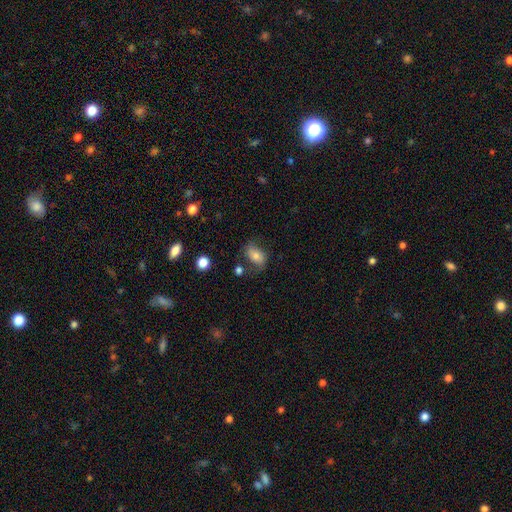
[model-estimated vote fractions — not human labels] Q: Smooth or featured?
A: smooth (68%); runner-up: featured or disk (22%)
Q: How rounded?
A: in between (83%); runner-up: round (15%)
Q: Merging?
A: none (62%); runner-up: minor disturbance (23%)